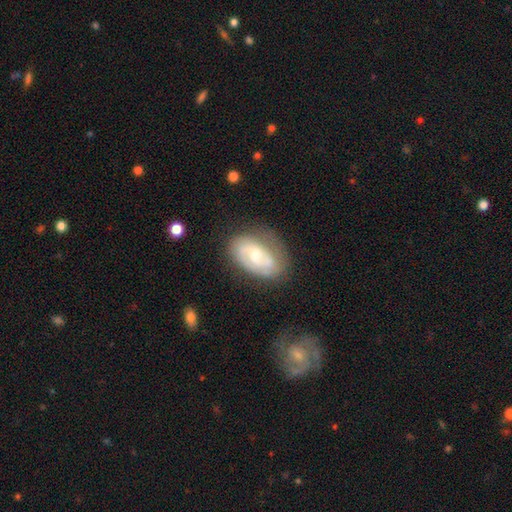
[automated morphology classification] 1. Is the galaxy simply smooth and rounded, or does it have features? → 69% featured or disk, 25% smooth, 6% star or artifact.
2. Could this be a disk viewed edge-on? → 96% no, 4% yes.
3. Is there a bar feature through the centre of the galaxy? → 55% no, 37% weak, 7% strong.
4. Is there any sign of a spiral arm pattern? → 84% yes, 16% no.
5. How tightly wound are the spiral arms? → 46% tight, 39% medium, 14% loose.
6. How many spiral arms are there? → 53% 2, 24% can't tell, 14% 1, 6% 3, 2% 4, 1% more than 4.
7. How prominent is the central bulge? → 55% moderate, 33% small, 8% large, 4% none, 1% dominant.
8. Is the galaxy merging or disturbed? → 63% none, 24% minor disturbance, 10% major disturbance, 3% merger.